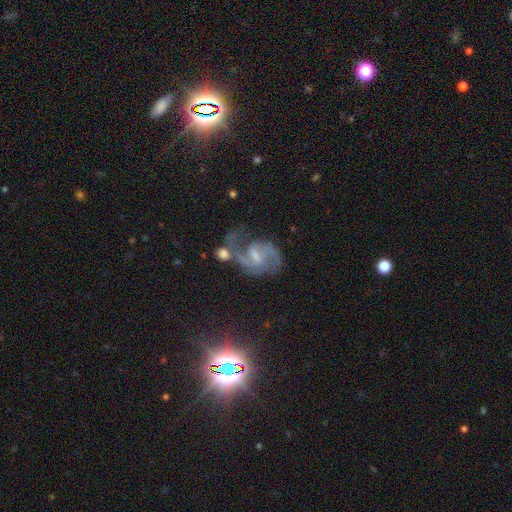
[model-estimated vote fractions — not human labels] smooth_or_featured: featured or disk (p=0.82) [alt: star or artifact p=0.11]
disk_edge_on: no (p=0.98) [alt: yes p=0.02]
bar: weak (p=0.55) [alt: no p=0.23]
has_spiral_arms: yes (p=0.96) [alt: no p=0.04]
spiral_winding: medium (p=0.56) [alt: loose p=0.23]
spiral_arm_count: 2 (p=0.85) [alt: can't tell p=0.06]
bulge_size: small (p=0.53) [alt: moderate p=0.27]
merging: none (p=0.50) [alt: minor disturbance p=0.18]